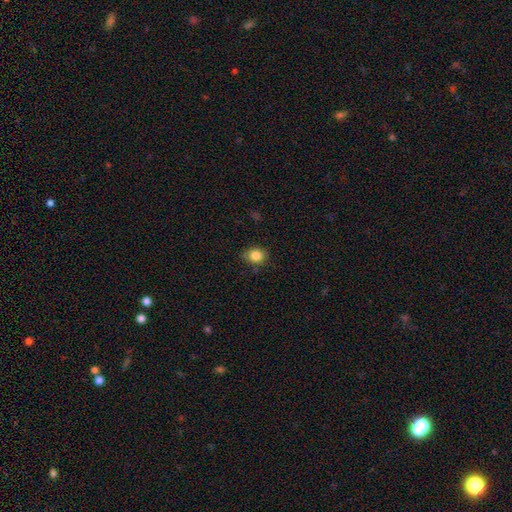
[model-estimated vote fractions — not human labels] The model was most divided on "how rounded": round: 62%, in between: 37%, cigar-shaped: 1%. More confident: smooth or featured — smooth (84%); merging — none (80%).